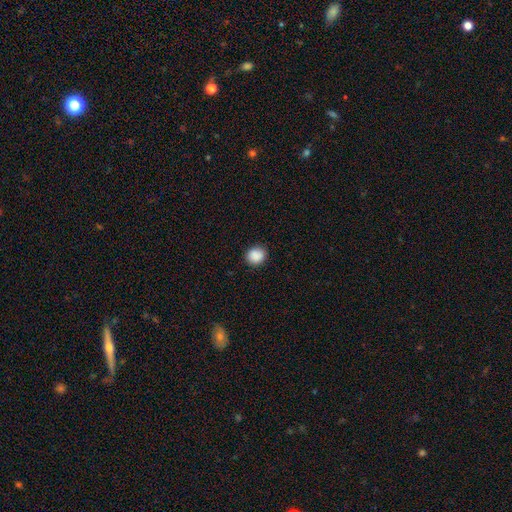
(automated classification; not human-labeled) A smooth galaxy with no disk features (89%) that is round (78%).

Vote fractions:
- Smooth or featured? smooth: 89% / star or artifact: 8% / featured or disk: 3%
- How rounded? round: 78% / in between: 21% / cigar-shaped: 1%
- Merging? none: 88% / minor disturbance: 9% / major disturbance: 2% / merger: 1%